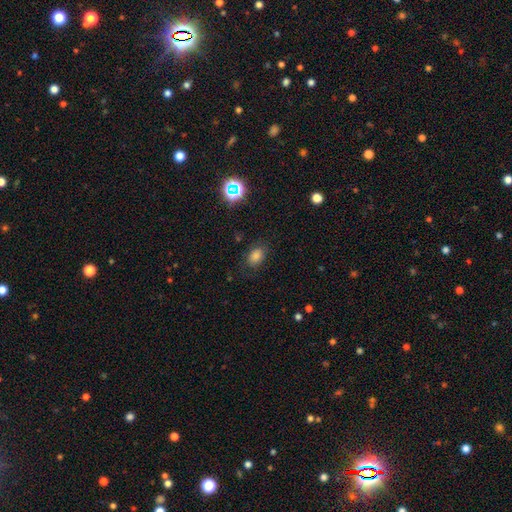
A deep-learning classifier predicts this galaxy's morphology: The model was most divided on "smooth or featured": smooth: 74%, star or artifact: 17%, featured or disk: 8%. More confident: merging — none (80%); how rounded — in between (78%).